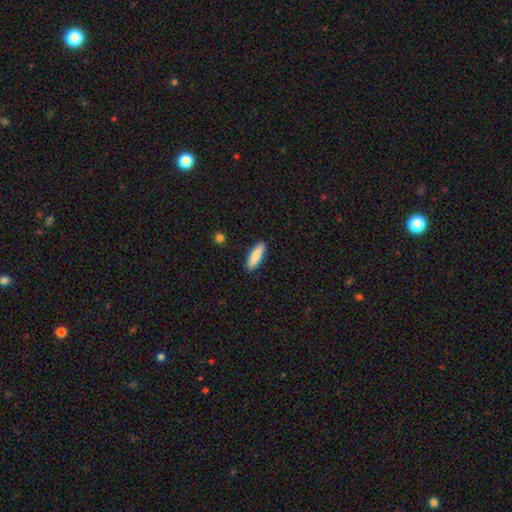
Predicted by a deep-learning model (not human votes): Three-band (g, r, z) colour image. It shows a smooth galaxy with no disk features (86%) that is cigar-shaped (49%, tied with in between). Merging: none (89%).